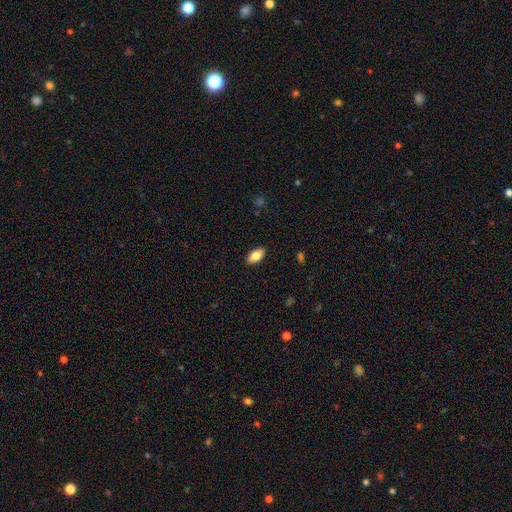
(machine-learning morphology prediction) The model was most divided on "smooth or featured": smooth: 86%, featured or disk: 7%, star or artifact: 7%. More confident: how rounded — in between (93%); merging — none (89%).